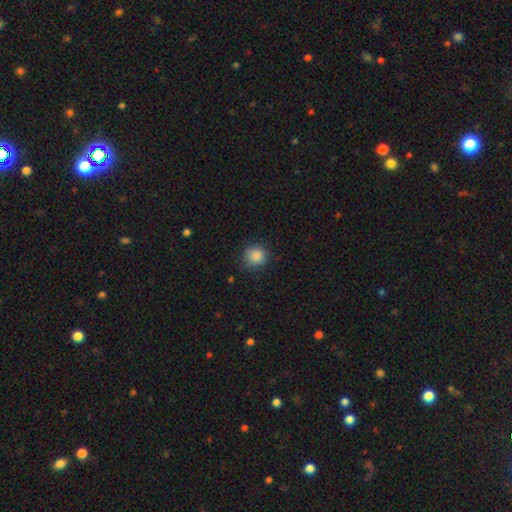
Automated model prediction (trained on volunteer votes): Smooth or featured? smooth (87%)
How rounded? round (90%)
Merging? none (84%)